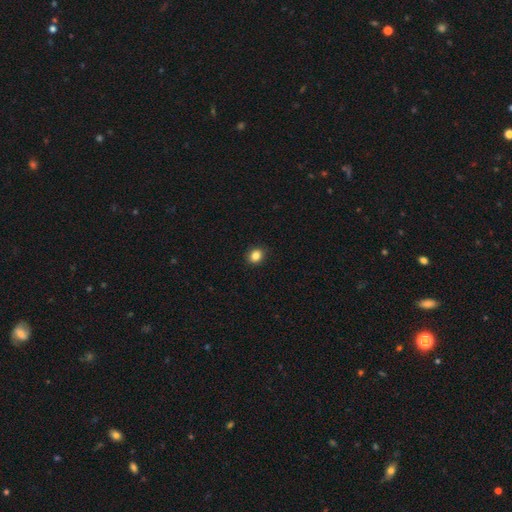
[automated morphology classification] Q: Smooth or featured?
A: smooth (85%); runner-up: star or artifact (10%)
Q: How rounded?
A: round (65%); runner-up: in between (35%)
Q: Merging?
A: none (90%); runner-up: minor disturbance (7%)